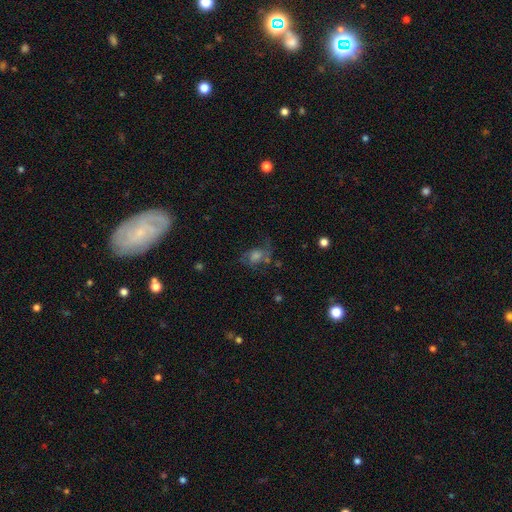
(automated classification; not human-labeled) A featured or disk galaxy (49%). Merging: none (53%).